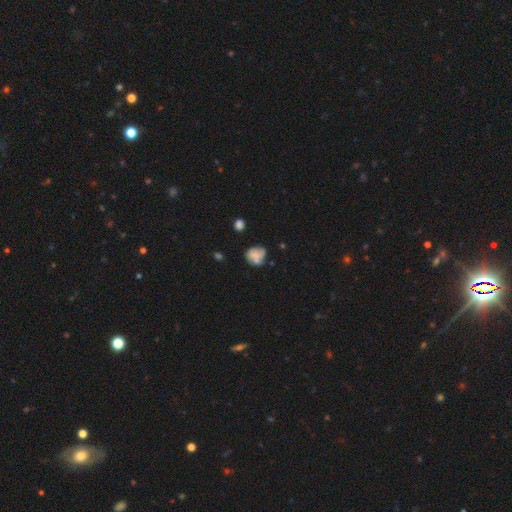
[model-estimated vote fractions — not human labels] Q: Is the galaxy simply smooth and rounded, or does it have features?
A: smooth — 57%.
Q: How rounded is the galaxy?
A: round — 63%.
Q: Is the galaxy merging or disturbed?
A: none — 49%.